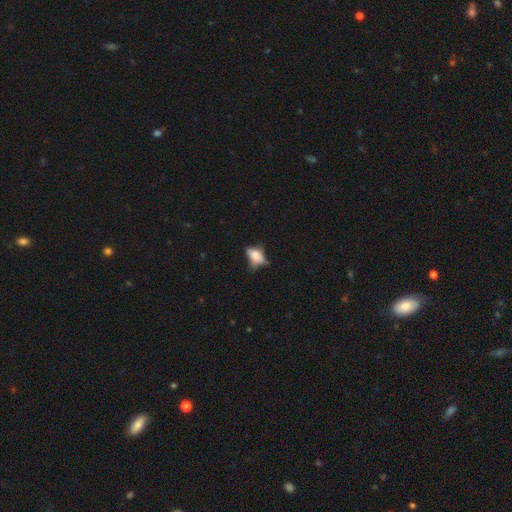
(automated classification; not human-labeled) Smooth or featured? Predicted: smooth (p=0.67). How rounded? Predicted: in between (p=0.83). Merging? Predicted: none (p=0.37).